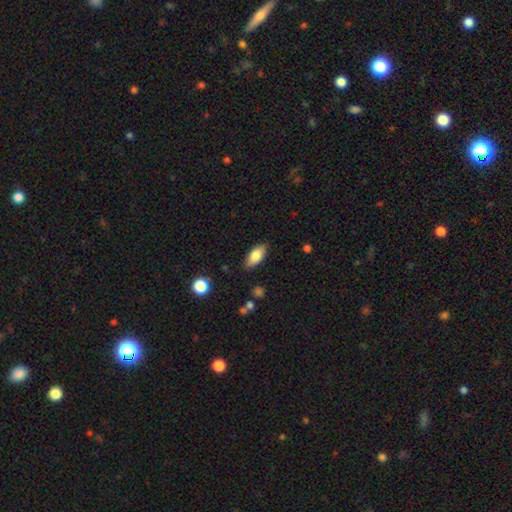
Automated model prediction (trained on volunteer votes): Smooth or featured? Predicted: smooth (p=0.77). How rounded? Predicted: in between (p=0.85). Merging? Predicted: none (p=0.85).